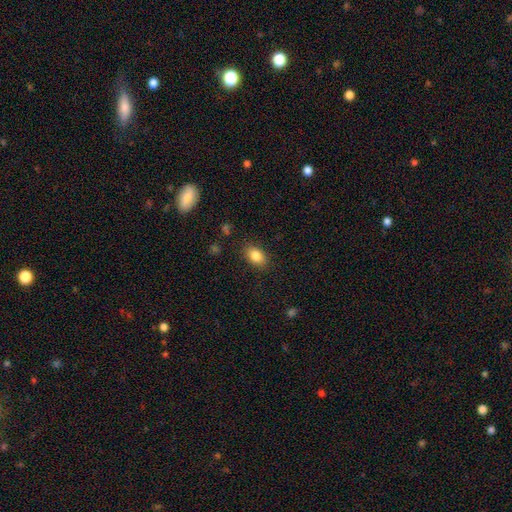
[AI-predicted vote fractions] smooth 84%, star or artifact 9%, featured or disk 7%. Down the decision tree: how rounded — in between (84%); merging — none (86%).